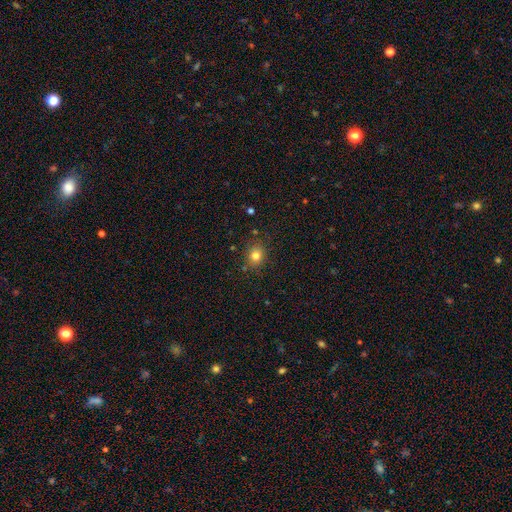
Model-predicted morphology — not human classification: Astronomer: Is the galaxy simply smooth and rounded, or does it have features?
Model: smooth — 79%.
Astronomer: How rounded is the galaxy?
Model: round — 63%.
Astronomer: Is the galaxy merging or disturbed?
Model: none — 82%.